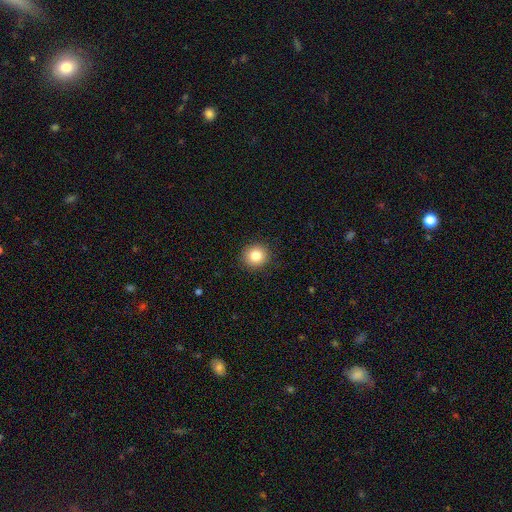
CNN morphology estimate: This is clearly a smooth galaxy (83%). How rounded: clearly round (90%). Merging: clearly none (92%).